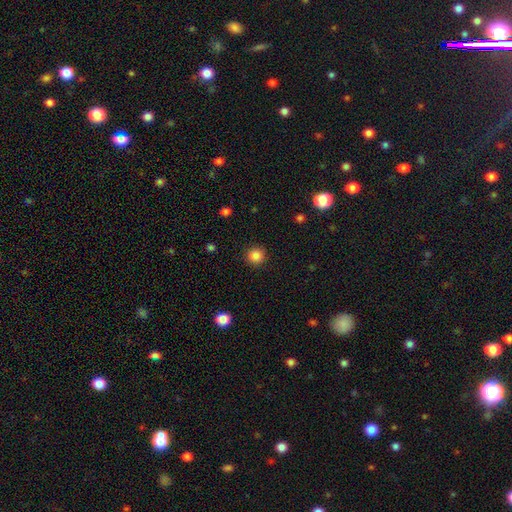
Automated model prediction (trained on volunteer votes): Smooth or featured?
  - smooth: 86% *
  - star or artifact: 11%
  - featured or disk: 3%
How rounded?
  - round: 94% *
  - in between: 5%
  - cigar-shaped: 1%
Merging?
  - none: 92% *
  - minor disturbance: 5%
  - major disturbance: 2%
  - merger: 1%